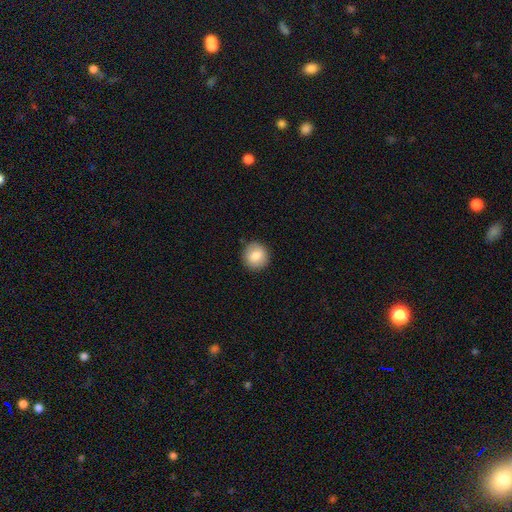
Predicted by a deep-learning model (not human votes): smooth_or_featured: smooth (p=0.83) [alt: featured or disk p=0.10]
how_rounded: round (p=0.92) [alt: in between p=0.07]
merging: none (p=0.91) [alt: minor disturbance p=0.06]